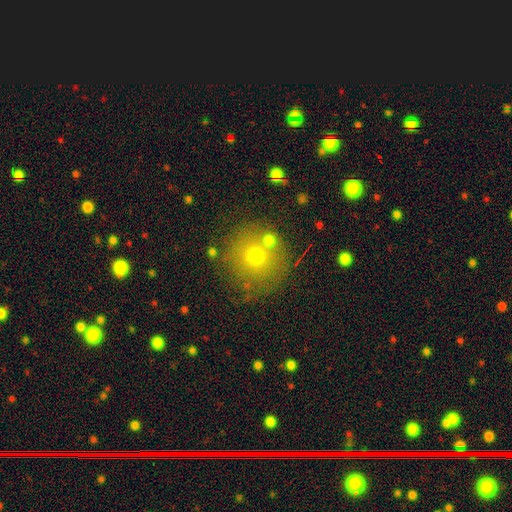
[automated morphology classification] Smooth or featured? Predicted: smooth (p=0.66). How rounded? Predicted: round (p=0.93). Merging? Predicted: none (p=0.74).